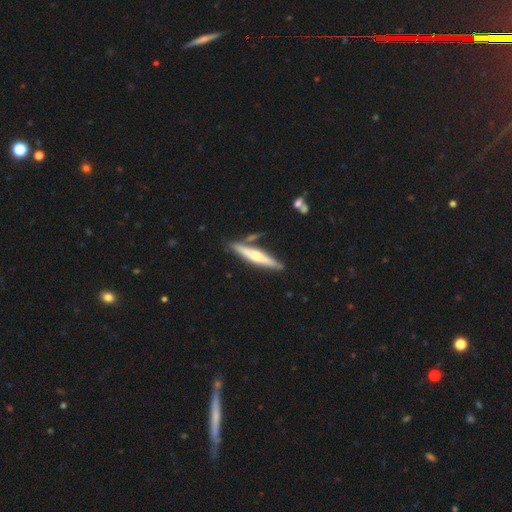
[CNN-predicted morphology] This is possibly a featured or disk galaxy (54%). It is clearly viewed edge-on (95%). Edge-on bulge: clearly rounded (80%). Merging: likely none (75%).